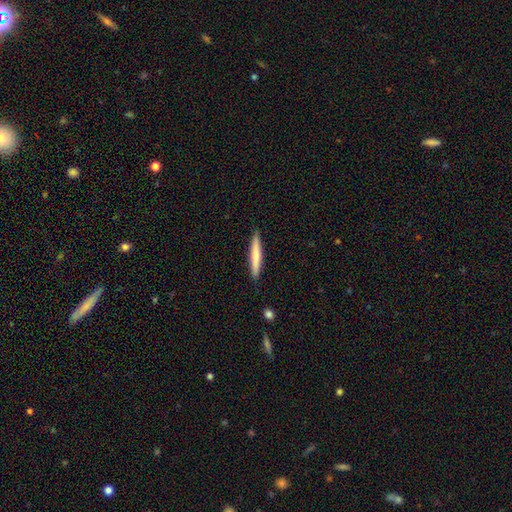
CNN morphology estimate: A smooth galaxy with no disk features (69%) that is cigar-shaped (95%). Merging: none (90%).